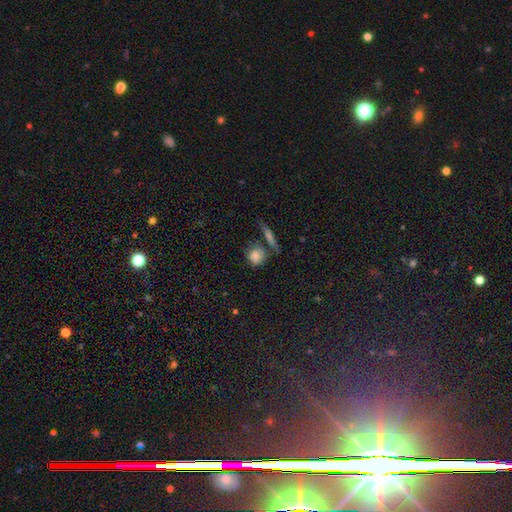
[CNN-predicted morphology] This is likely a smooth galaxy (79%). How rounded: likely round (74%). Merging: possibly none (57%).